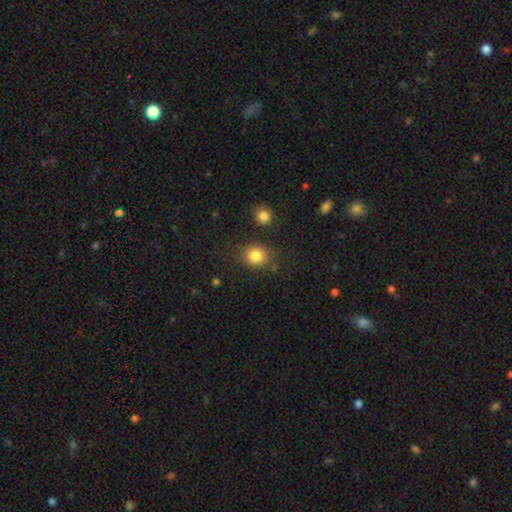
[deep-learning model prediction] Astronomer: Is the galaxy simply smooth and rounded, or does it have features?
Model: smooth — 84%.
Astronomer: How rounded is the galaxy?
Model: round — 75%.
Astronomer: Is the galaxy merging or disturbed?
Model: none — 80%.